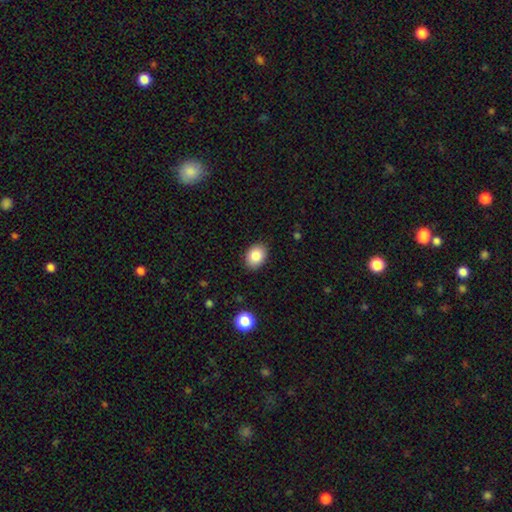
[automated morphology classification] smooth-or-featured: smooth: 87% | star or artifact: 8% | featured or disk: 5%
  how-rounded: in between: 68% | round: 31% | cigar-shaped: 1%
  merging: none: 88% | minor disturbance: 9% | major disturbance: 2% | merger: 1%